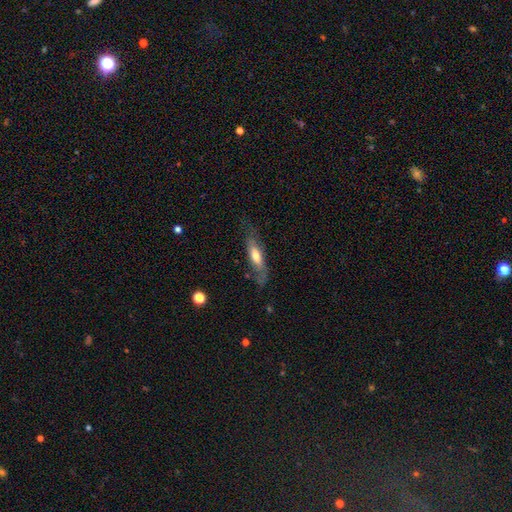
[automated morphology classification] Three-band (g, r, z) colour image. It shows a smooth galaxy with no disk features (47%). Merging: none (62%).